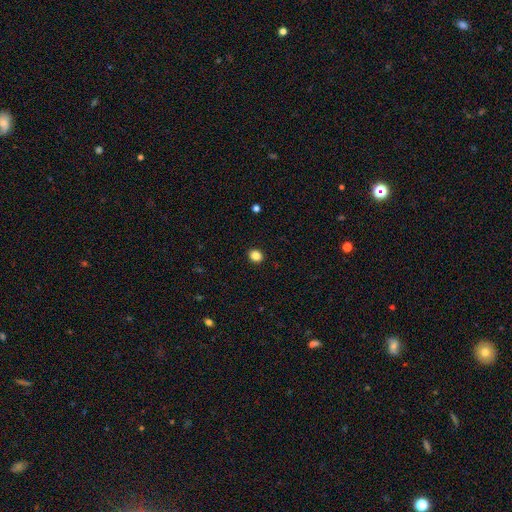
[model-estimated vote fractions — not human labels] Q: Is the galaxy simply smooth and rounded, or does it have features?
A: smooth — 86%.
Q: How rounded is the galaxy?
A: round — 69%.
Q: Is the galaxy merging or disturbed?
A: none — 92%.